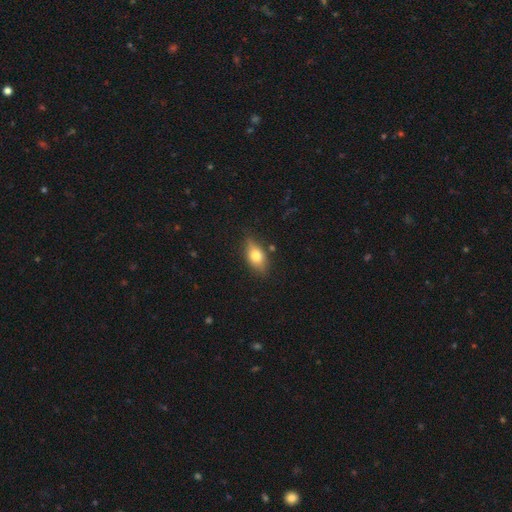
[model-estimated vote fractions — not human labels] smooth_or_featured: smooth (p=0.70) [alt: featured or disk p=0.22]
how_rounded: in between (p=0.83) [alt: round p=0.09]
merging: none (p=0.75) [alt: minor disturbance p=0.18]